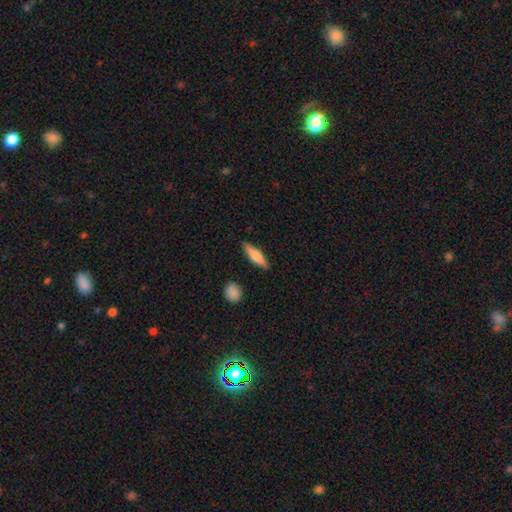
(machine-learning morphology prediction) Smooth or featured: smooth — 59% (featured or disk — 35%)
How rounded: cigar-shaped — 72% (in between — 25%)
Merging: none — 87% (minor disturbance — 9%)